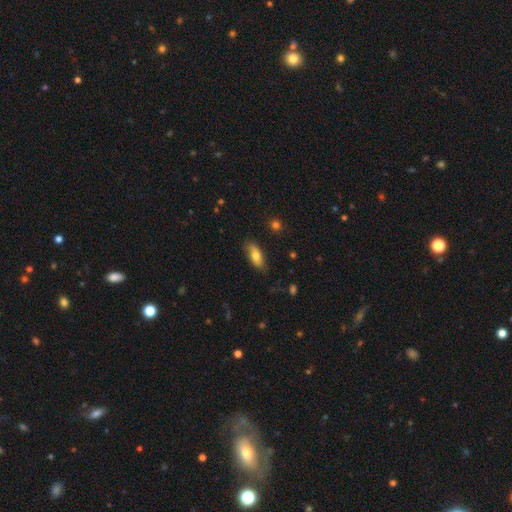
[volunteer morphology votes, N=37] Volunteers were most divided on "how rounded": in between: 69%, cigar-shaped: 31%, round: 0%. More confident: merging — none (91%); smooth or featured — smooth (70%).